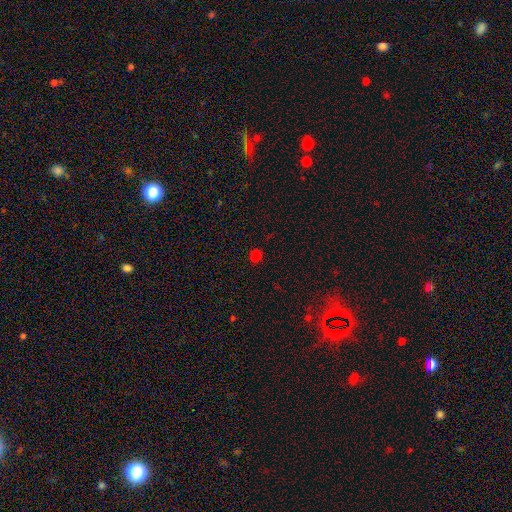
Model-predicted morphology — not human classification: Smooth or featured? Predicted: smooth (p=0.76). How rounded? Predicted: round (p=0.86). Merging? Predicted: none (p=0.90).